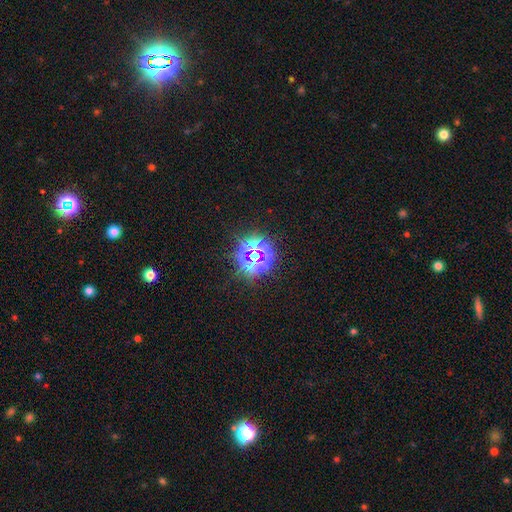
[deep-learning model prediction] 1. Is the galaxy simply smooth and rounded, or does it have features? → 74% star or artifact, 19% smooth, 7% featured or disk.